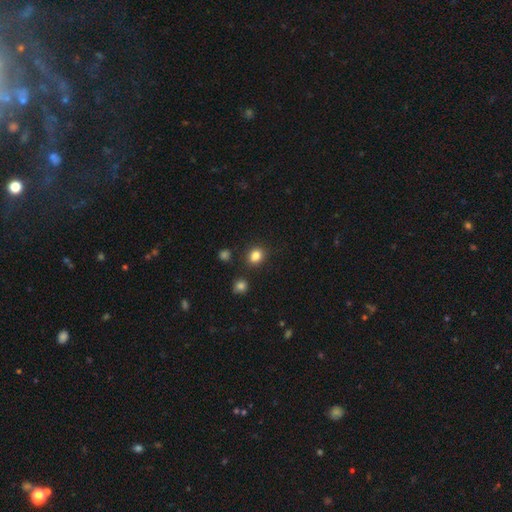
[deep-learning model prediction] Smooth or featured? Predicted: smooth (p=0.84). How rounded? Predicted: round (p=0.64). Merging? Predicted: none (p=0.85).